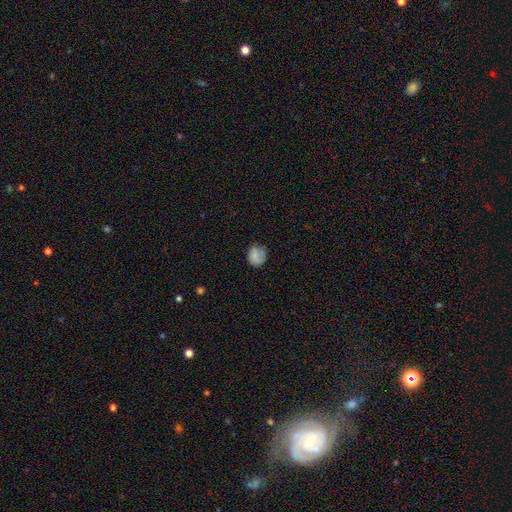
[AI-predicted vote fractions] Smooth or featured: smooth — 81% (featured or disk — 10%)
How rounded: round — 74% (in between — 25%)
Merging: none — 68% (minor disturbance — 24%)